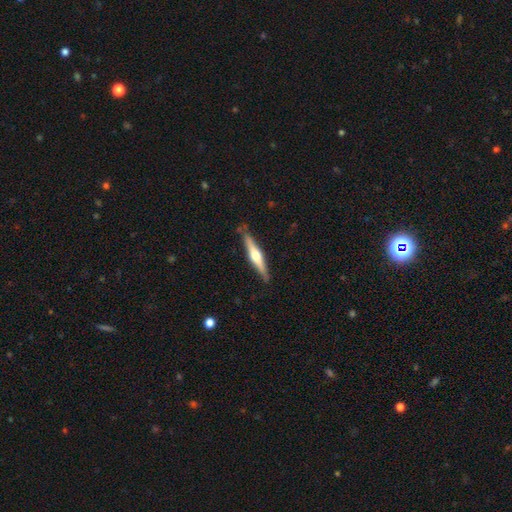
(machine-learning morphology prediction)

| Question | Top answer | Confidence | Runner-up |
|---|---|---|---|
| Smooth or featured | featured or disk | 69% | smooth (26%) |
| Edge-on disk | yes | 97% | no (3%) |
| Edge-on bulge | rounded | 93% | boxy (4%) |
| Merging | none | 87% | minor disturbance (10%) |